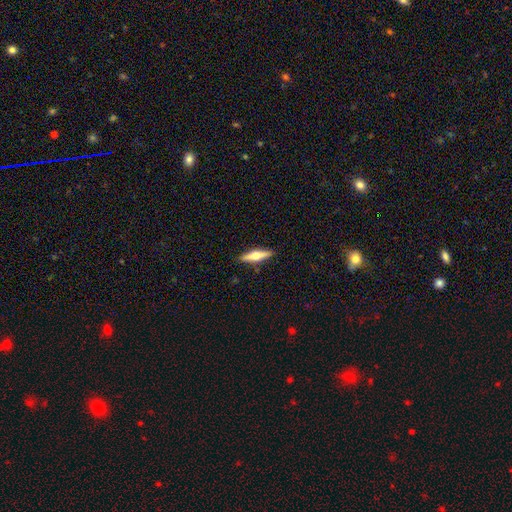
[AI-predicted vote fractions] Q: Smooth or featured?
A: featured or disk (54%); runner-up: smooth (40%)
Q: Edge-on disk?
A: yes (95%); runner-up: no (5%)
Q: Edge-on bulge?
A: rounded (94%); runner-up: boxy (3%)
Q: Merging?
A: none (89%); runner-up: minor disturbance (8%)